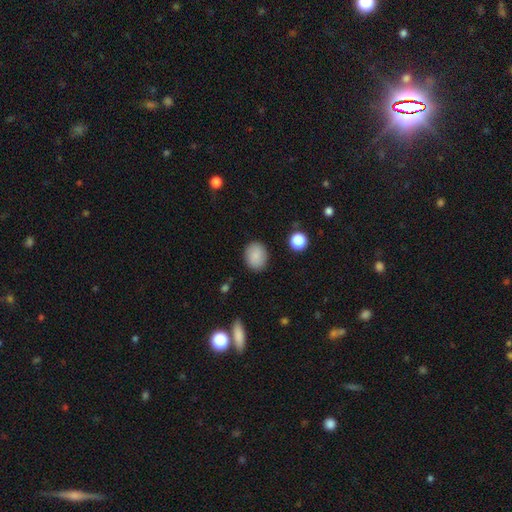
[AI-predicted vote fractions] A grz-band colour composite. It shows a smooth galaxy with no disk features (86%) that is round (50%). Merging: none (87%).